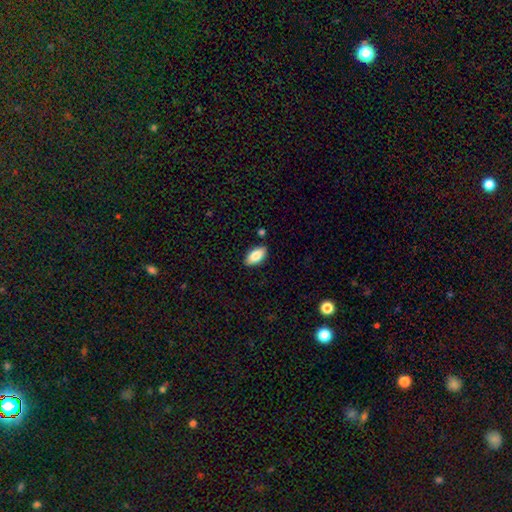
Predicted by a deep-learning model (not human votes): A smooth galaxy with no disk features (84%) that is in between round and cigar-shaped (92%).

Vote fractions:
- Smooth or featured? smooth: 84% / featured or disk: 9% / star or artifact: 7%
- How rounded? in between: 92% / cigar-shaped: 5% / round: 2%
- Merging? none: 87% / minor disturbance: 9% / merger: 2% / major disturbance: 2%